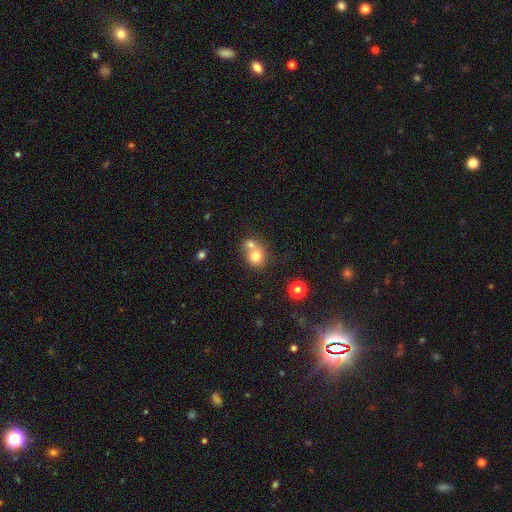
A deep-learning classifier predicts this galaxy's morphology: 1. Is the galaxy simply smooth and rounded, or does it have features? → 74% smooth, 15% featured or disk, 11% star or artifact.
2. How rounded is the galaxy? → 72% round, 27% in between, 1% cigar-shaped.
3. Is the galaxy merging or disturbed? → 59% merger, 31% none, 7% minor disturbance, 3% major disturbance.